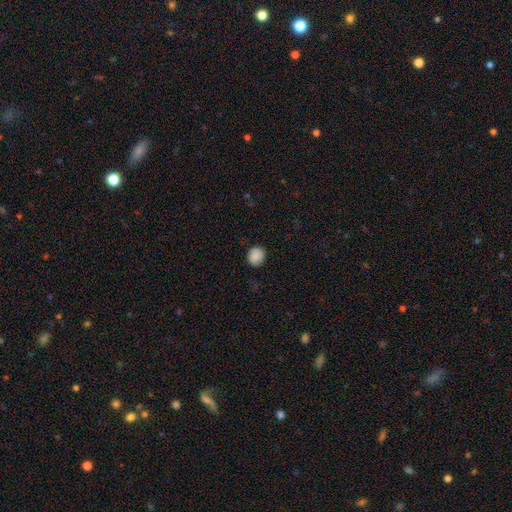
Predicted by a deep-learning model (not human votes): smooth_or_featured: smooth (p=0.87) [alt: star or artifact p=0.08]
how_rounded: round (p=0.81) [alt: in between p=0.18]
merging: none (p=0.86) [alt: minor disturbance p=0.11]